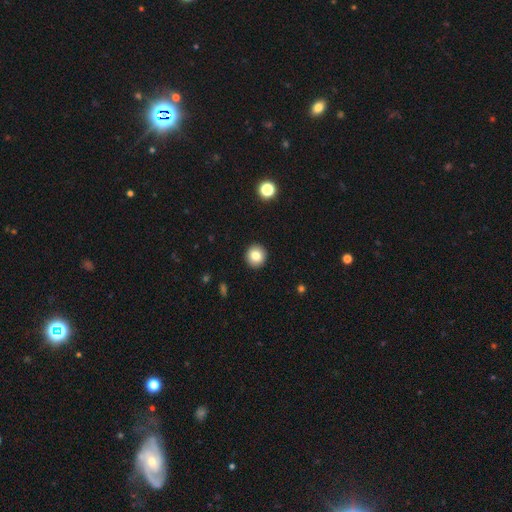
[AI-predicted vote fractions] smooth_or_featured: smooth (p=0.81) [alt: star or artifact p=0.10]
how_rounded: round (p=0.93) [alt: in between p=0.06]
merging: none (p=0.93) [alt: minor disturbance p=0.05]